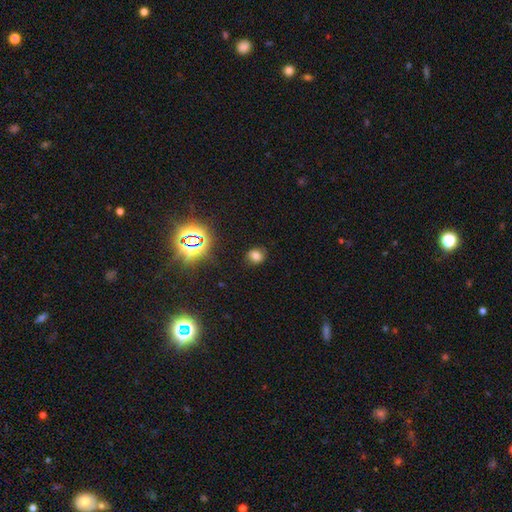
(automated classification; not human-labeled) Smooth or featured: smooth — 69% (star or artifact — 23%)
How rounded: round — 67% (in between — 32%)
Merging: none — 83% (minor disturbance — 12%)